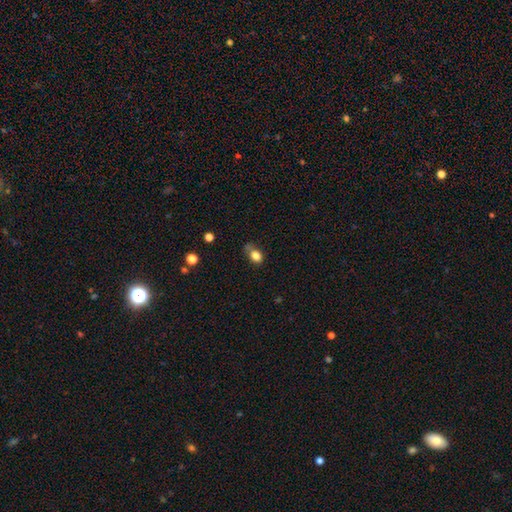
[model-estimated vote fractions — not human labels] Morphology: type=smooth (82%); roundness=in between (67%); merging=none (53%).